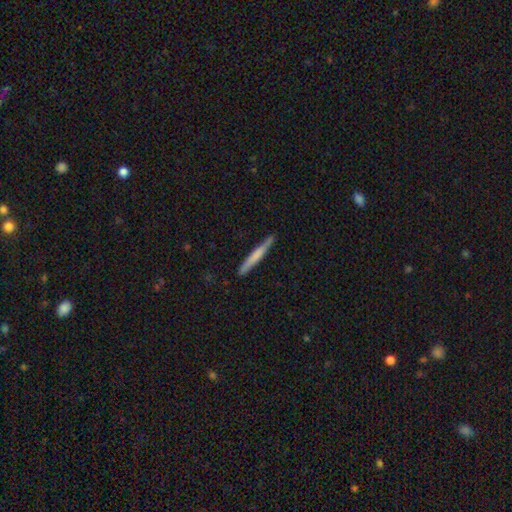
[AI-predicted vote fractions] Morphology: type=smooth (59%); roundness=cigar-shaped (96%); merging=none (86%).